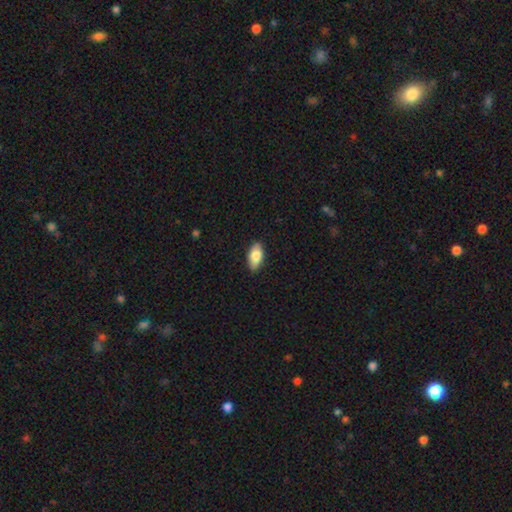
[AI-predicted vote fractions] smooth-or-featured: smooth: 82% | featured or disk: 12% | star or artifact: 6%
  how-rounded: in between: 92% | cigar-shaped: 5% | round: 3%
  merging: none: 89% | minor disturbance: 9% | major disturbance: 2% | merger: 1%